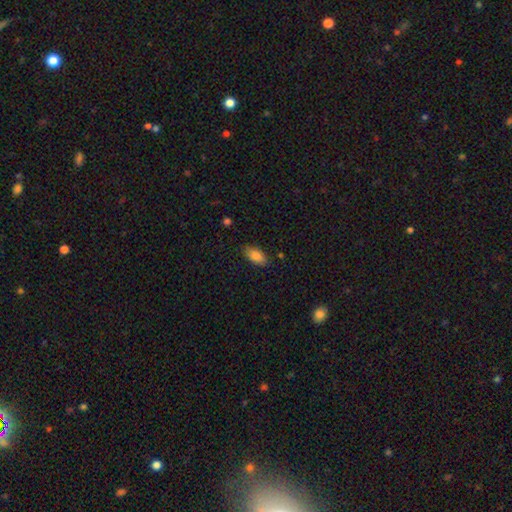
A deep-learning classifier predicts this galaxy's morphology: Smooth or featured? smooth (82%)
How rounded? in between (87%)
Merging? none (83%)